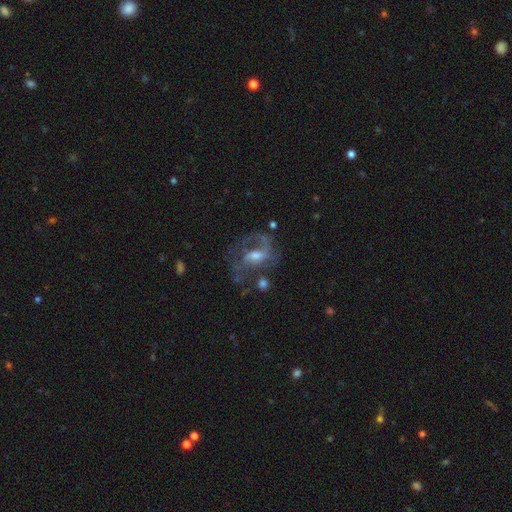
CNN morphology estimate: The model was most divided on "spiral winding": medium: 50%, loose: 32%, tight: 18%. Remaining: edge-on disk — no (97%); spiral arms — yes (86%); smooth or featured — featured or disk (79%); spiral arm count — 2 (56%); bulge size — moderate (52%); bar — weak (51%); merging — none (49%).